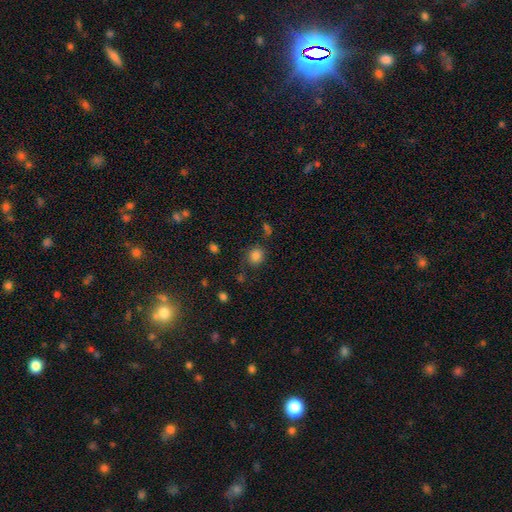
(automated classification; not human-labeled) The model was most divided on "how rounded": round: 77%, in between: 22%, cigar-shaped: 1%. More confident: smooth or featured — smooth (84%); merging — none (74%).